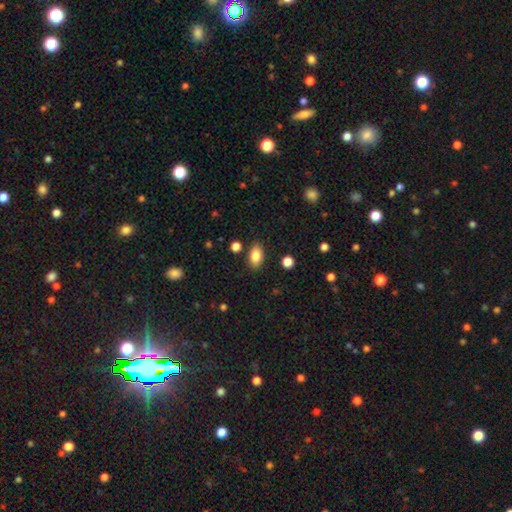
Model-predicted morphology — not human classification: Q: Smooth or featured?
A: smooth (84%); runner-up: star or artifact (8%)
Q: How rounded?
A: in between (90%); runner-up: round (8%)
Q: Merging?
A: none (85%); runner-up: minor disturbance (10%)